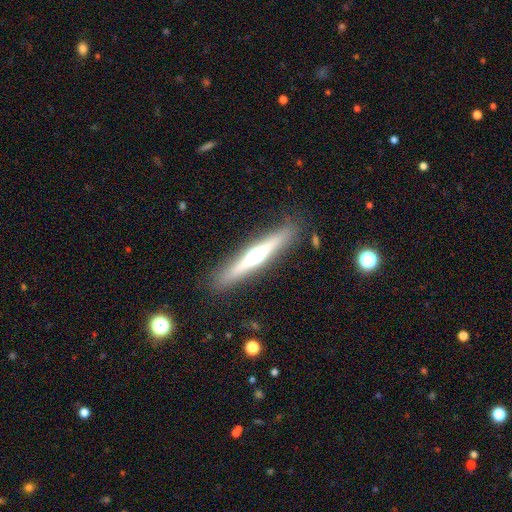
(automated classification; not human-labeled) Smooth or featured?
  - featured or disk: 65% *
  - smooth: 27%
  - star or artifact: 7%
Edge-on disk?
  - yes: 95% *
  - no: 5%
Edge-on bulge?
  - rounded: 93% *
  - boxy: 4%
  - none: 3%
Merging?
  - none: 88% *
  - minor disturbance: 8%
  - major disturbance: 3%
  - merger: 2%